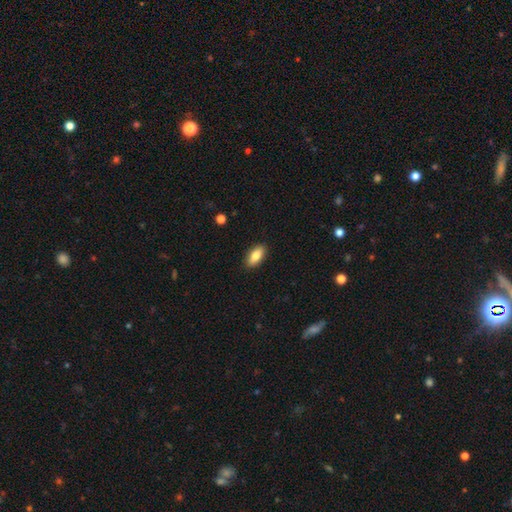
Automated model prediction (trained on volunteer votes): Smooth or featured: smooth — 82% (featured or disk — 11%)
How rounded: in between — 87% (cigar-shaped — 10%)
Merging: none — 90% (minor disturbance — 7%)